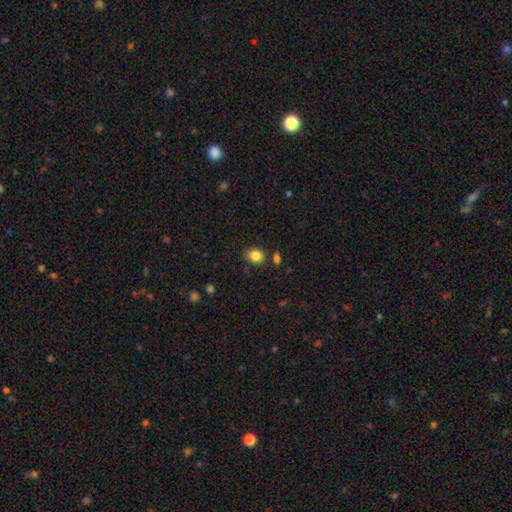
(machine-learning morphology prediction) A smooth galaxy with no disk features (84%) that is in between round and cigar-shaped (52%).

Vote fractions:
- Smooth or featured? smooth: 84% / star or artifact: 10% / featured or disk: 6%
- How rounded? in between: 52% / round: 47% / cigar-shaped: 1%
- Merging? none: 78% / minor disturbance: 14% / merger: 5% / major disturbance: 3%